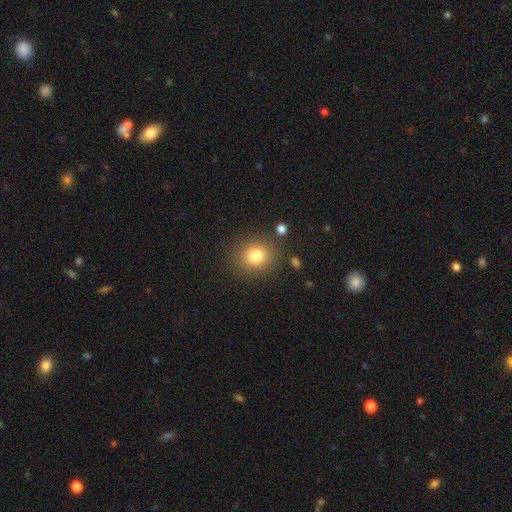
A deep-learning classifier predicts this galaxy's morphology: smooth 80%, star or artifact 12%, featured or disk 8%. Down the decision tree: how rounded — round (80%); merging — none (84%).